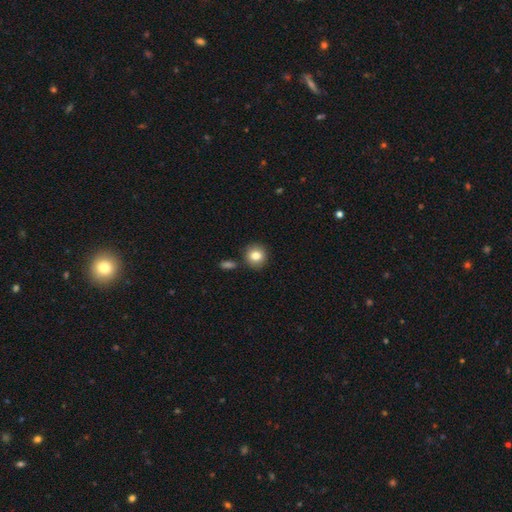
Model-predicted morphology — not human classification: The model was most divided on "smooth or featured": smooth: 82%, star or artifact: 10%, featured or disk: 9%. More confident: how rounded — round (88%); merging — none (84%).